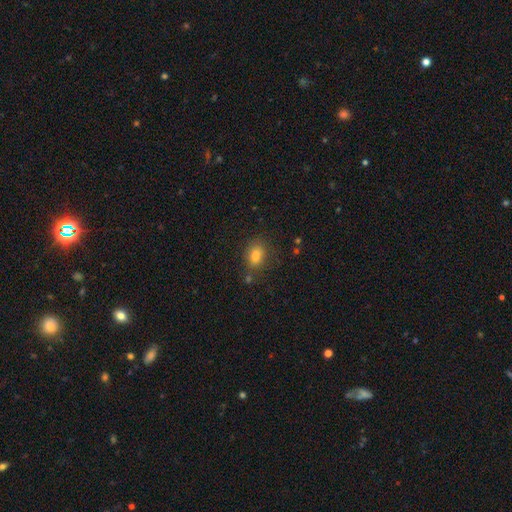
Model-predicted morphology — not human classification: smooth-or-featured: smooth: 78% | star or artifact: 13% | featured or disk: 9%
  how-rounded: in between: 72% | round: 26% | cigar-shaped: 2%
  merging: none: 77% | minor disturbance: 14% | merger: 6% | major disturbance: 4%